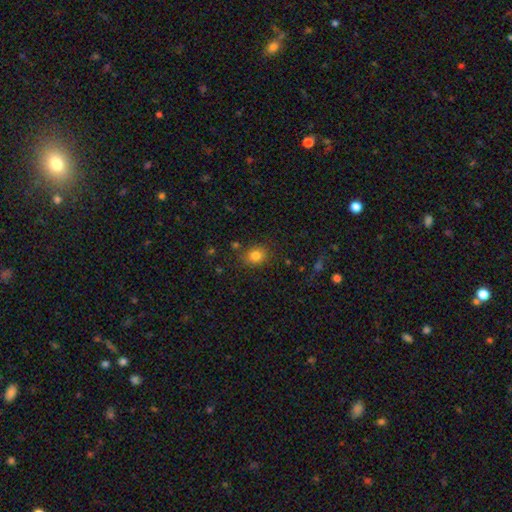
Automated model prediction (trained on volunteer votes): Smooth or featured? Predicted: smooth (p=0.81). How rounded? Predicted: round (p=0.64). Merging? Predicted: none (p=0.80).